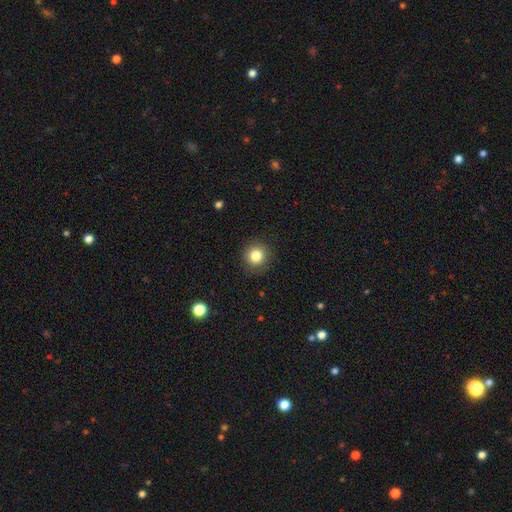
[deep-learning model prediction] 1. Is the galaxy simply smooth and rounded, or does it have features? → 82% smooth, 11% star or artifact, 7% featured or disk.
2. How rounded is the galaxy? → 94% round, 5% in between, 1% cigar-shaped.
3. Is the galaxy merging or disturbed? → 90% none, 7% minor disturbance, 2% major disturbance, 1% merger.